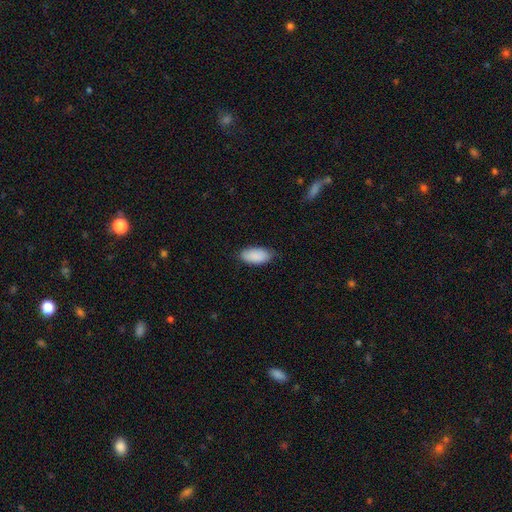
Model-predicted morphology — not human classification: Smooth or featured: smooth — 89% (star or artifact — 6%)
How rounded: in between — 94% (cigar-shaped — 4%)
Merging: none — 78% (minor disturbance — 18%)